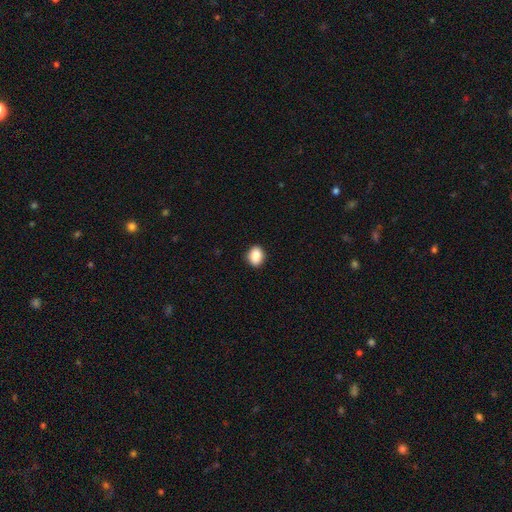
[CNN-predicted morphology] type=smooth (87%); roundness=in between (50%); merging=none (90%).